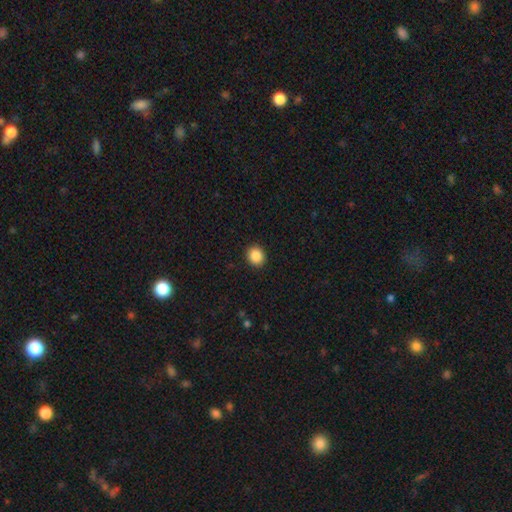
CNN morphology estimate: smooth_or_featured: smooth (p=0.88) [alt: star or artifact p=0.09]
how_rounded: round (p=0.78) [alt: in between p=0.21]
merging: none (p=0.92) [alt: minor disturbance p=0.06]